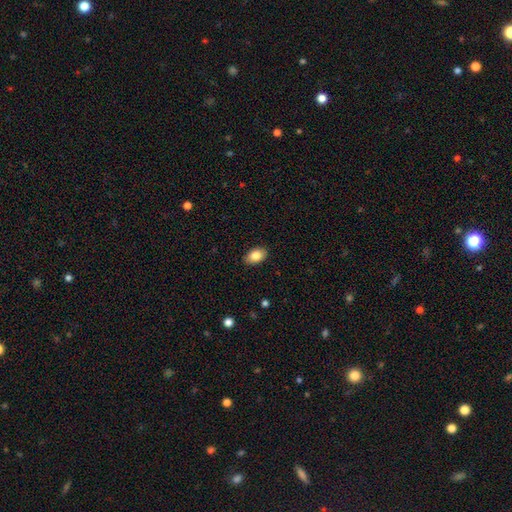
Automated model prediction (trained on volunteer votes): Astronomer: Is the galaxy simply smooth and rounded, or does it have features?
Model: smooth — 83%.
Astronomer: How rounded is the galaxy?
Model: in between — 89%.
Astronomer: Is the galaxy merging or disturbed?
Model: none — 88%.